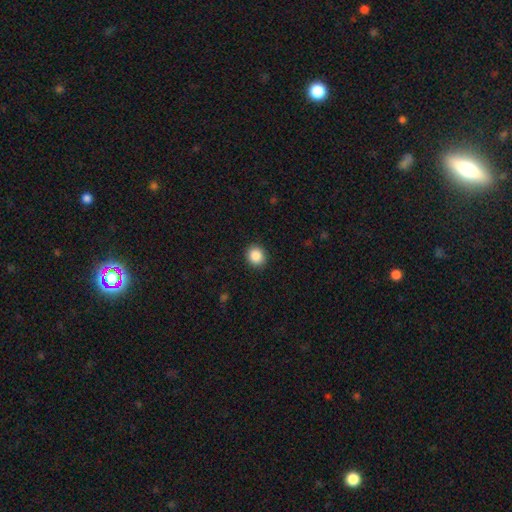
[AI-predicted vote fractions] Overall: smooth (88%). How rounded: round (81%). Merging: none (91%).